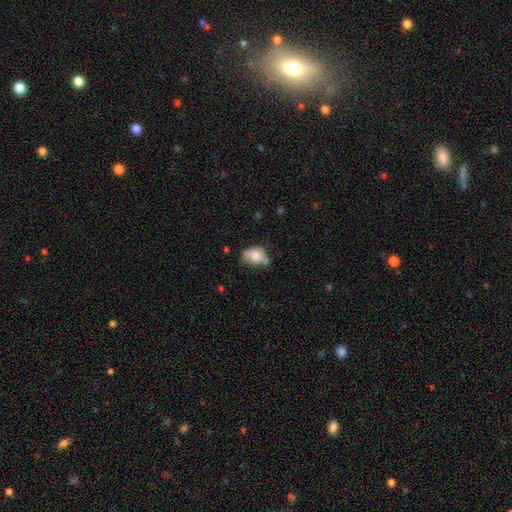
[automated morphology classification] Q: Smooth or featured?
A: smooth (67%); runner-up: featured or disk (25%)
Q: How rounded?
A: in between (60%); runner-up: round (39%)
Q: Merging?
A: none (34%); runner-up: minor disturbance (31%)